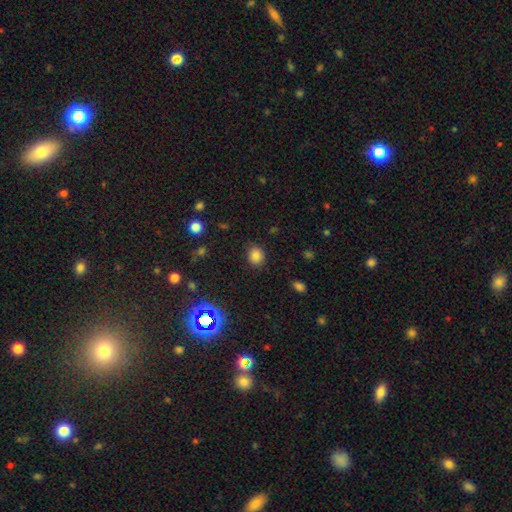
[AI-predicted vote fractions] This is clearly a smooth galaxy (81%). How rounded: likely round (73%). Merging: clearly none (86%).